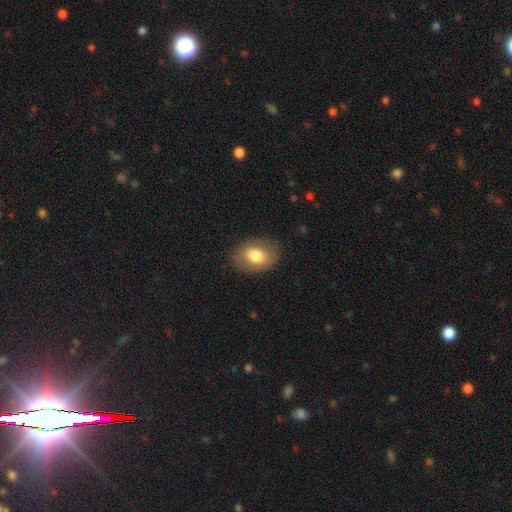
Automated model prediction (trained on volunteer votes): A smooth galaxy with no disk features (76%) that is in between round and cigar-shaped (73%). Merging: none (83%).